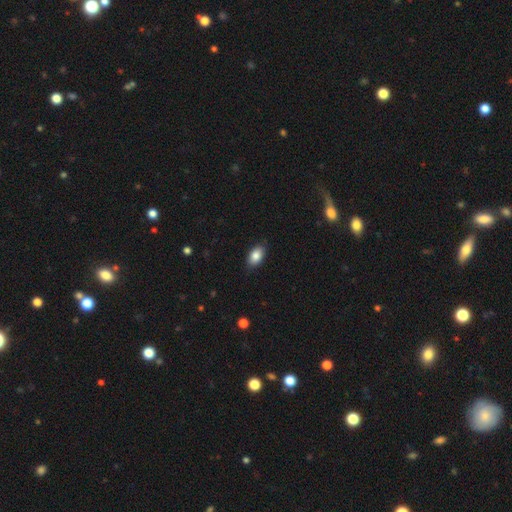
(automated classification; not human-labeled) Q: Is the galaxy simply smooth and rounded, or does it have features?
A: smooth — 86%.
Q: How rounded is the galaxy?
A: in between — 91%.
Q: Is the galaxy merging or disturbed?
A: none — 86%.